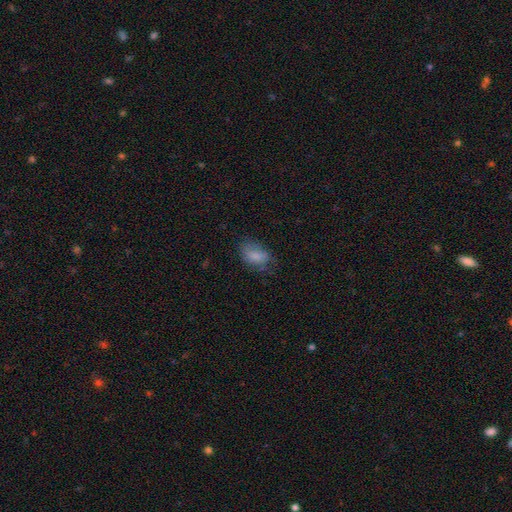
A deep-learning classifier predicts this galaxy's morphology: type=smooth (77%); roundness=in between (88%); merging=none (55%).